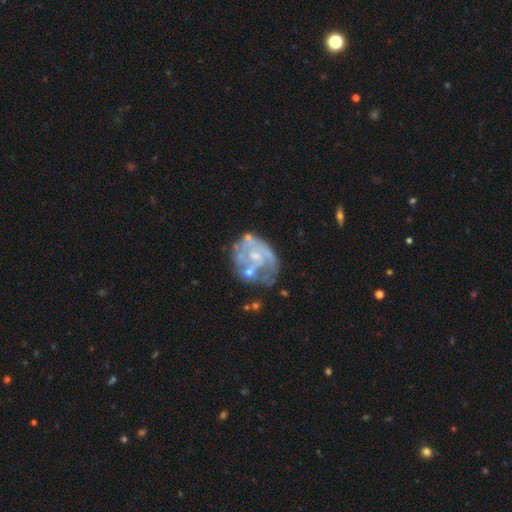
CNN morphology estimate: type=featured or disk (79%); edge-on=no (98%); bar=no (67%); spiral arms=yes (67%); winding=tight (50%); arm count=can't tell (42%); bulge=small (52%); merging=none (45%).